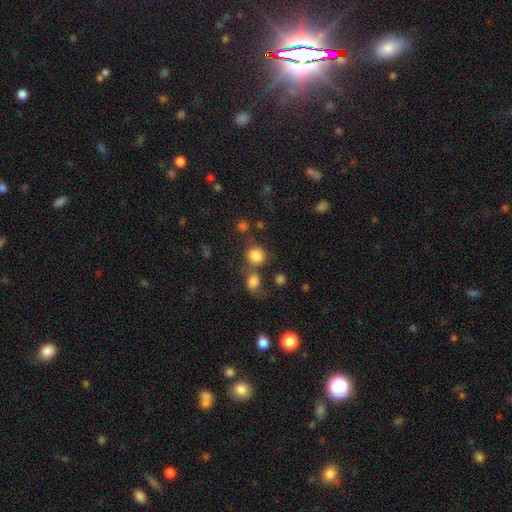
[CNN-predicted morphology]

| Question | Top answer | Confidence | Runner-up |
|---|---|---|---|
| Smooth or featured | smooth | 83% | star or artifact (11%) |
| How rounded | round | 87% | in between (12%) |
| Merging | none | 61% | merger (24%) |